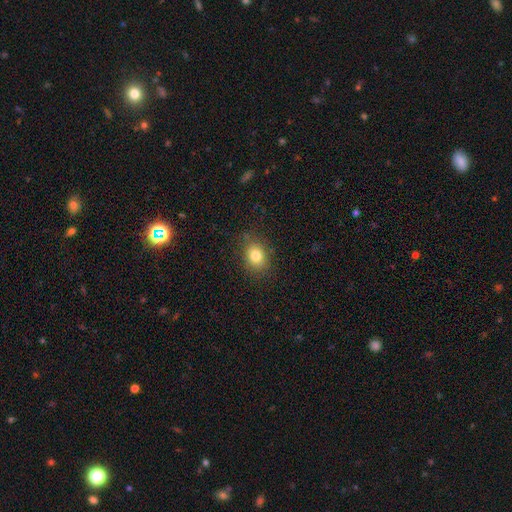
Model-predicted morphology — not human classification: smooth_or_featured: smooth (p=0.81) [alt: star or artifact p=0.11]
how_rounded: in between (p=0.55) [alt: round p=0.44]
merging: none (p=0.83) [alt: minor disturbance p=0.12]